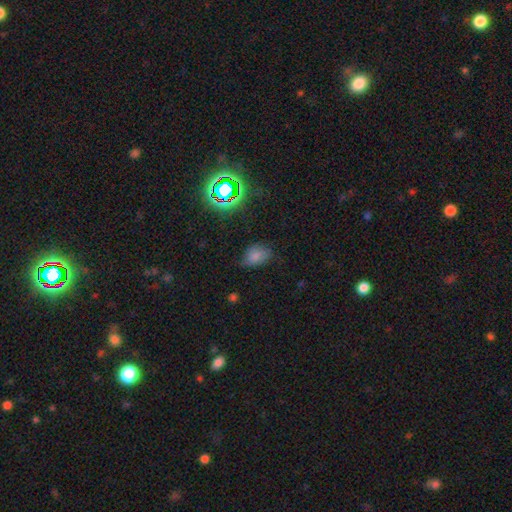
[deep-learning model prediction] A smooth galaxy with no disk features (71%) that is in between round and cigar-shaped (81%). Merging: none (59%).